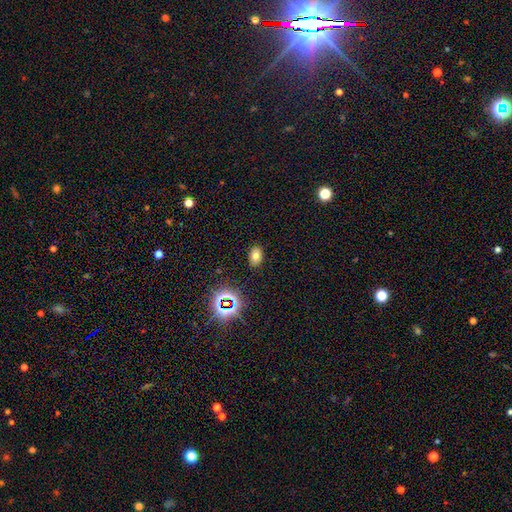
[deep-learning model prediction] Morphology: type=smooth (72%); roundness=in between (85%); merging=none (87%).